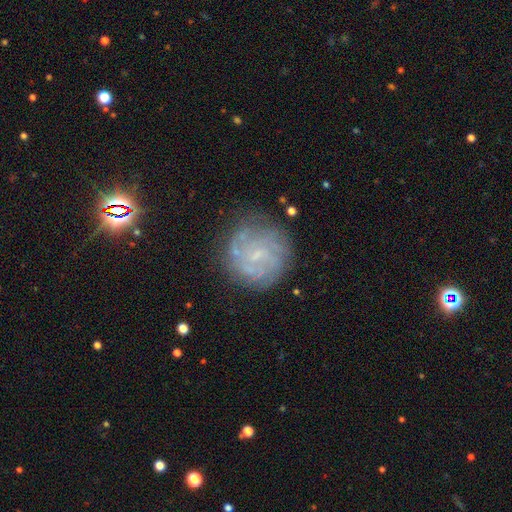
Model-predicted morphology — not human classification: A featured or disk galaxy (71%) with no bar (54%), tight (61%) spiral arms (84%) and a small central bulge (61%). Merging: none (75%).